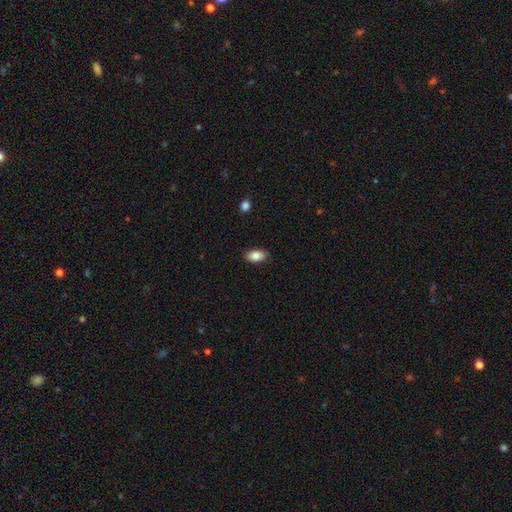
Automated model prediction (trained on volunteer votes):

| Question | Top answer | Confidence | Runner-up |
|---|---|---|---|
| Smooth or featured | smooth | 84% | featured or disk (9%) |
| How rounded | in between | 93% | round (5%) |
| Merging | none | 88% | minor disturbance (9%) |